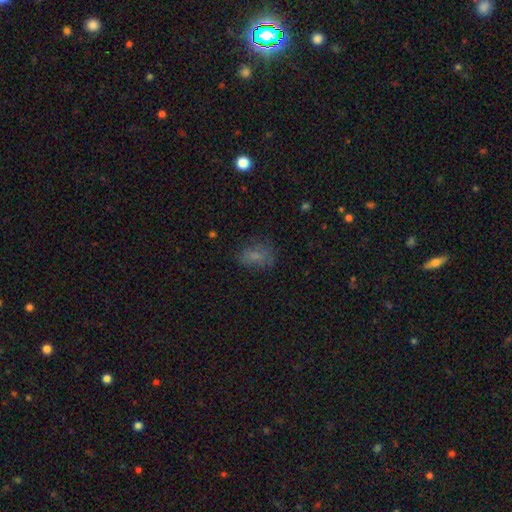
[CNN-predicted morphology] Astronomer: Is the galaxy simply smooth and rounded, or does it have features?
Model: smooth — 70%.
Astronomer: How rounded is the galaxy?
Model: in between — 78%.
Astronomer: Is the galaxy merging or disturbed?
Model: none — 62%.